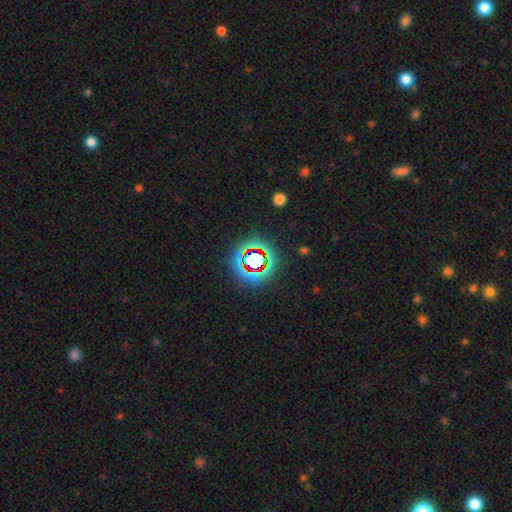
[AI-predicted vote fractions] Smooth or featured: star or artifact — 72% (smooth — 18%)